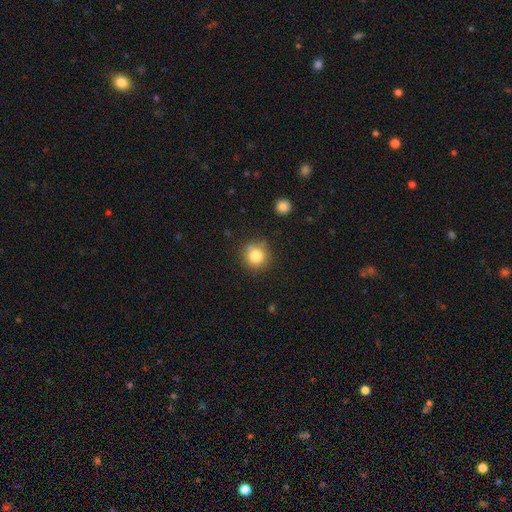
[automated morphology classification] Smooth or featured? smooth (82%)
How rounded? round (93%)
Merging? none (80%)